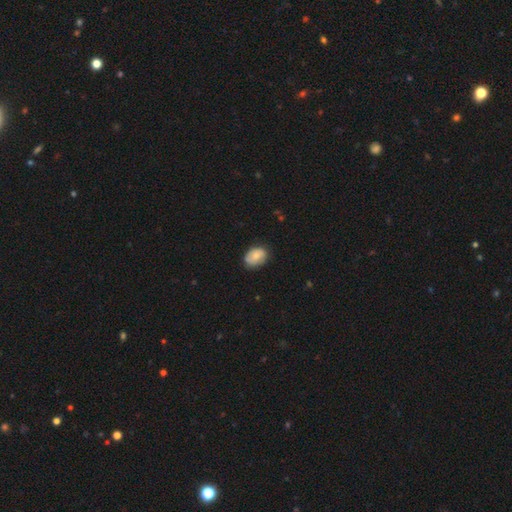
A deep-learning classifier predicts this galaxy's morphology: smooth_or_featured: smooth (p=0.74) [alt: featured or disk p=0.19]
how_rounded: in between (p=0.72) [alt: round p=0.27]
merging: none (p=0.74) [alt: minor disturbance p=0.21]